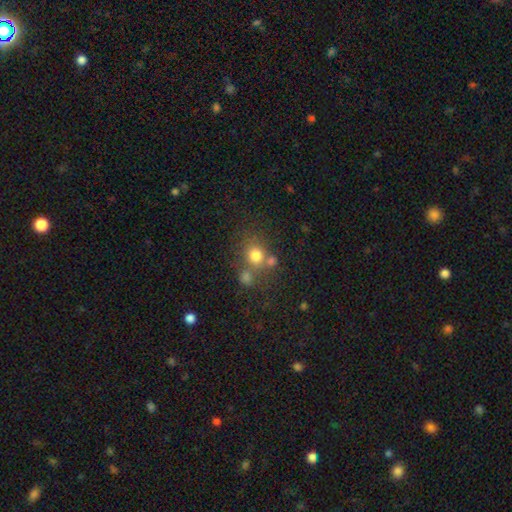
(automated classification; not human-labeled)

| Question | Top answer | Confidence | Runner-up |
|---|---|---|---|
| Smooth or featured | smooth | 74% | star or artifact (15%) |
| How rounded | round | 79% | in between (20%) |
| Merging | none | 55% | merger (28%) |